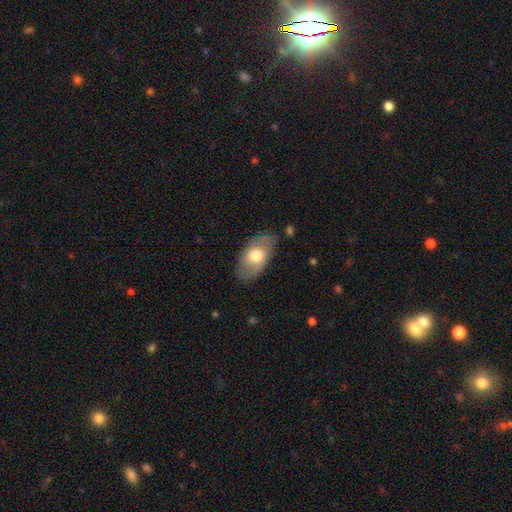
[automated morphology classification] Smooth or featured? smooth (67%)
How rounded? in between (93%)
Merging? none (79%)